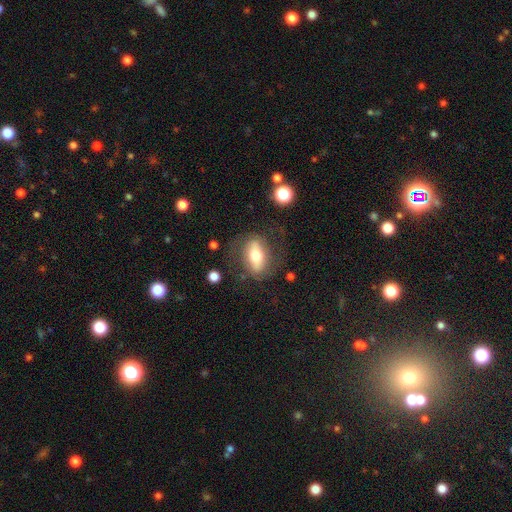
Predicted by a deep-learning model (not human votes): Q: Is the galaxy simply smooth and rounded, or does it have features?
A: smooth — 48%.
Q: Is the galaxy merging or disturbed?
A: none — 70%.